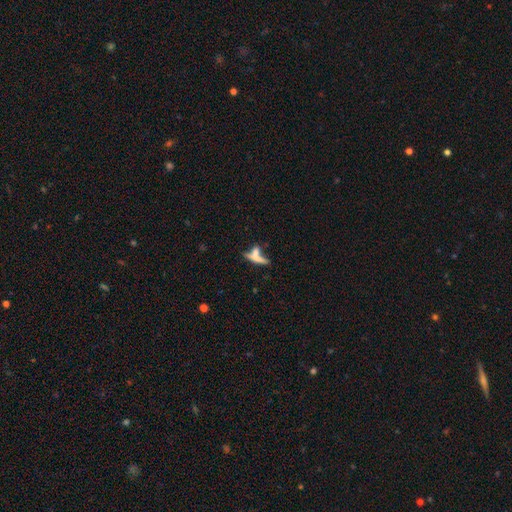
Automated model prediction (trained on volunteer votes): Smooth or featured? smooth (56%)
How rounded? cigar-shaped (71%)
Merging? merger (43%)